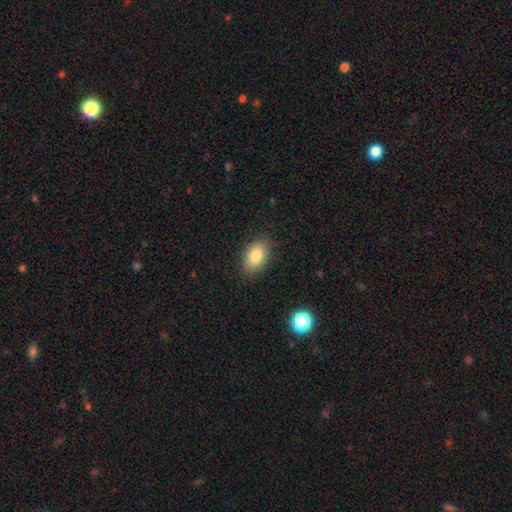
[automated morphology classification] Smooth or featured: smooth — 84% (featured or disk — 8%)
How rounded: in between — 88% (round — 10%)
Merging: none — 84% (minor disturbance — 12%)